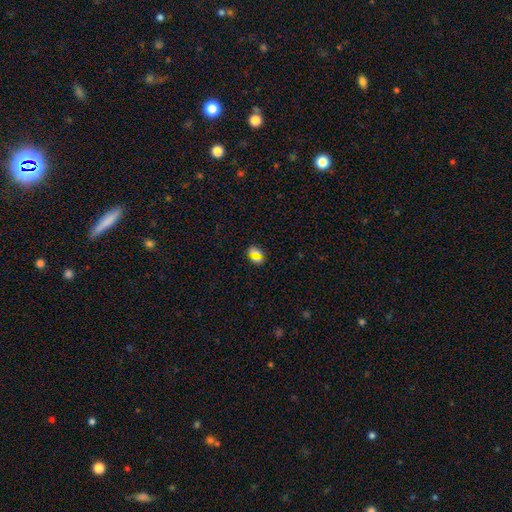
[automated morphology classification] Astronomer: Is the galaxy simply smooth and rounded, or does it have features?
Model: smooth — 55% (runner-up: star or artifact, 31%).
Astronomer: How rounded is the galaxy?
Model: in between — 49% (runner-up: round, 46%).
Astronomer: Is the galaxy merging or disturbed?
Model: none — 67%.